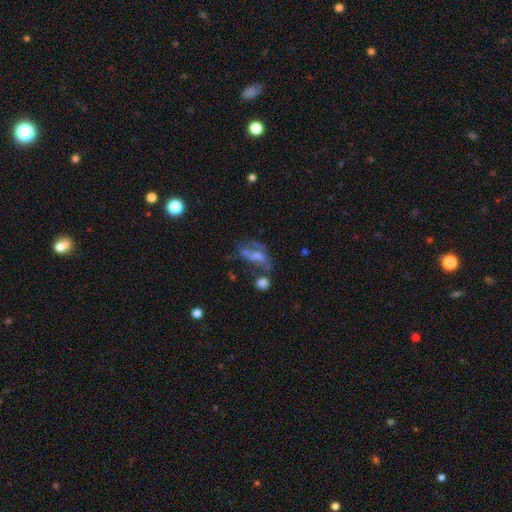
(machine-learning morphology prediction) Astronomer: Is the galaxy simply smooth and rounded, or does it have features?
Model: featured or disk — 49% (runner-up: smooth, 35%).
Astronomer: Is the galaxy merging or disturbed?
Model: major disturbance — 36% (runner-up: none, 24%).